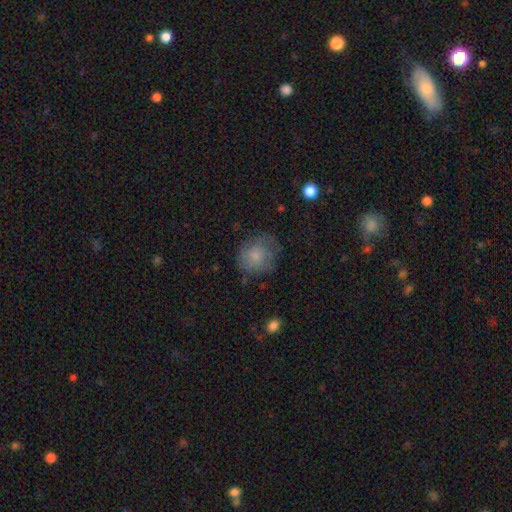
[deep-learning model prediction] This appears to be a smooth galaxy with no disk features (67%) that is round (76%). Merging: none (60%).